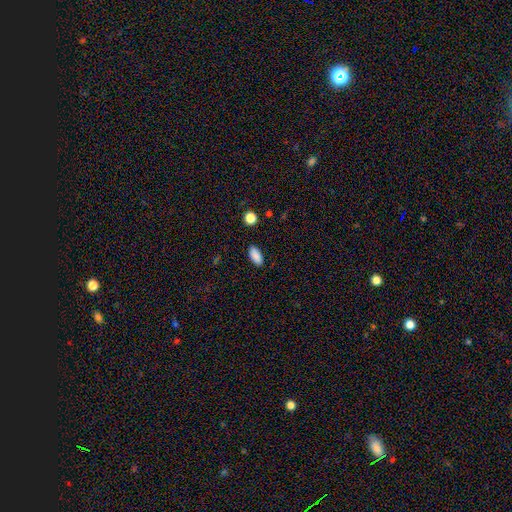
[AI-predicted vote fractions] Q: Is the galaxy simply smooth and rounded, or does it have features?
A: smooth — 88%.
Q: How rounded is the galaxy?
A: in between — 88%.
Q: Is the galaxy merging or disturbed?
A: none — 87%.